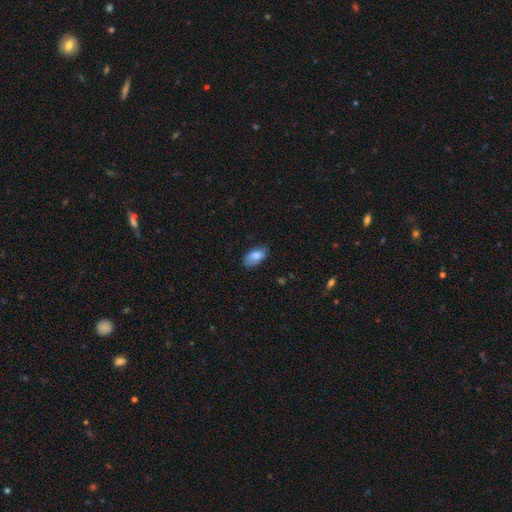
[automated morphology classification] This appears to be a smooth galaxy with no disk features (83%) that is in between round and cigar-shaped (93%). Merging: none (73%).